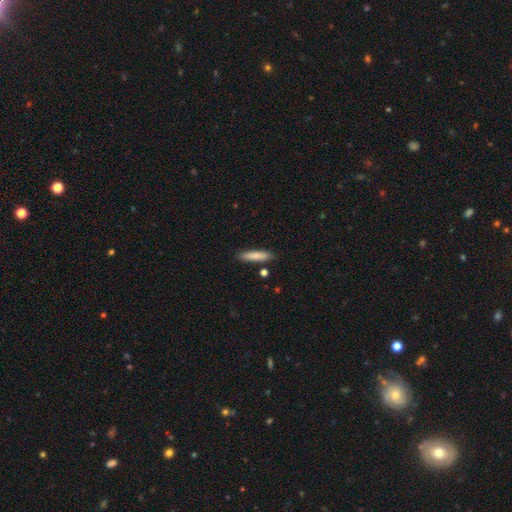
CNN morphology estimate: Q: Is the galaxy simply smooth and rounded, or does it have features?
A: smooth — 81%.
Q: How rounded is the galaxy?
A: cigar-shaped — 79%.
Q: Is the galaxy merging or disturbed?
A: none — 85%.